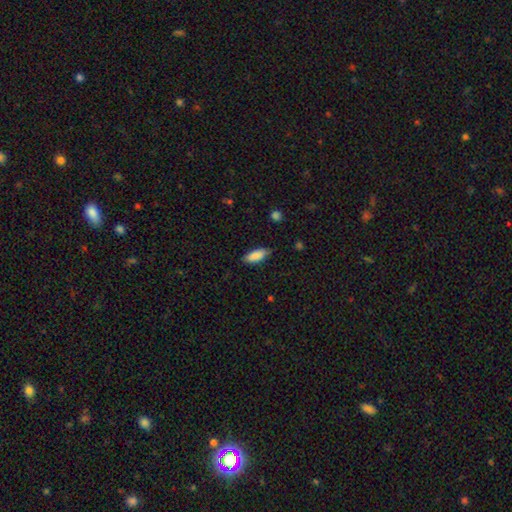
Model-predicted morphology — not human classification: This appears to be a smooth galaxy with no disk features (88%) that is in between round and cigar-shaped (75%). Merging: none (81%).